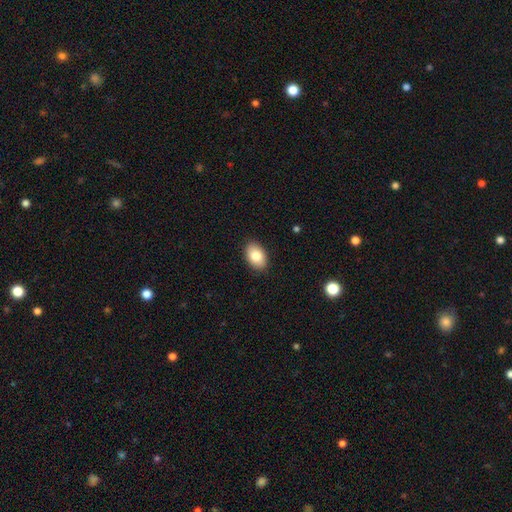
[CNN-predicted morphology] Smooth or featured?
  - smooth: 83% *
  - featured or disk: 10%
  - star or artifact: 7%
How rounded?
  - in between: 89% *
  - round: 9%
  - cigar-shaped: 1%
Merging?
  - none: 89% *
  - minor disturbance: 8%
  - major disturbance: 2%
  - merger: 1%